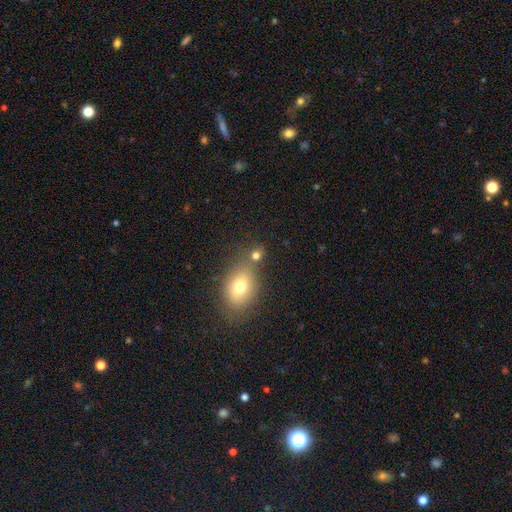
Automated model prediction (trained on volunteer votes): A smooth galaxy with no disk features (74%) that is round (62%).

Vote fractions:
- Smooth or featured? smooth: 74% / star or artifact: 16% / featured or disk: 10%
- How rounded? round: 62% / in between: 36% / cigar-shaped: 2%
- Merging? none: 62% / merger: 23% / minor disturbance: 10% / major disturbance: 5%